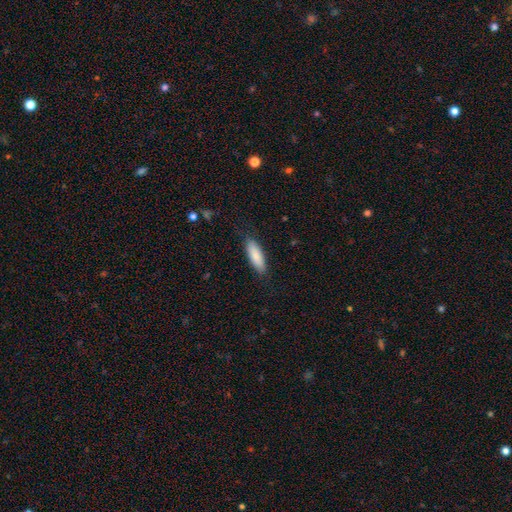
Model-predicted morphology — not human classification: Smooth or featured?
  - smooth: 84% *
  - featured or disk: 10%
  - star or artifact: 6%
How rounded?
  - in between: 59% *
  - cigar-shaped: 40%
  - round: 2%
Merging?
  - none: 84% *
  - minor disturbance: 12%
  - major disturbance: 3%
  - merger: 1%